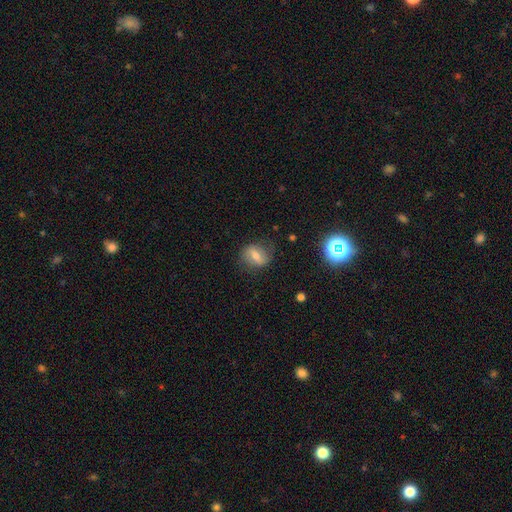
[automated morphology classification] type=smooth (47%); merging=none (72%).